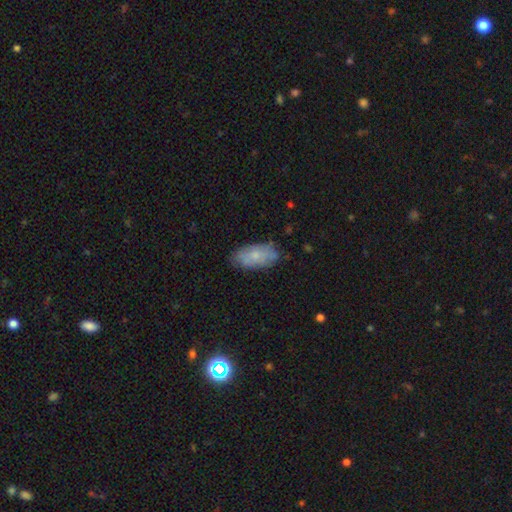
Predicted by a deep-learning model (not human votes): Overall: smooth (68%). How rounded: in between (92%). Merging: none (74%).